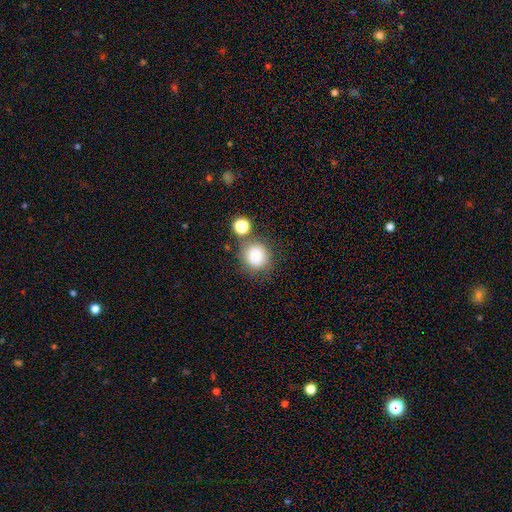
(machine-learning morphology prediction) type=smooth (80%); roundness=round (86%); merging=none (69%).